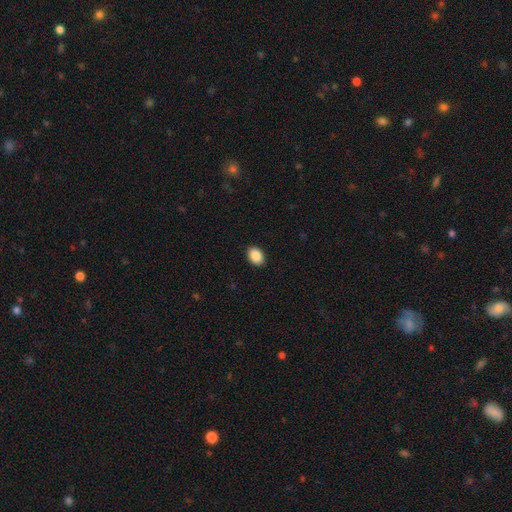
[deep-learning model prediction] smooth-or-featured: smooth: 89% | star or artifact: 7% | featured or disk: 3%
  how-rounded: in between: 77% | round: 22% | cigar-shaped: 1%
  merging: none: 91% | minor disturbance: 7% | major disturbance: 2% | merger: 1%